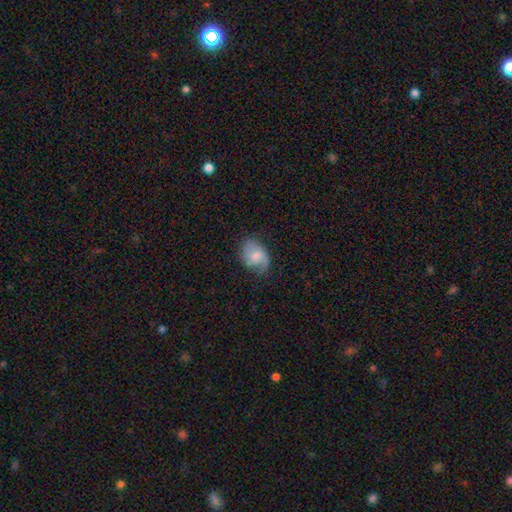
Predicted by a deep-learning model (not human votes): A smooth galaxy with no disk features (51%) that is in between round and cigar-shaped (78%).

Vote fractions:
- Smooth or featured? smooth: 51% / featured or disk: 42% / star or artifact: 7%
- How rounded? in between: 78% / round: 21% / cigar-shaped: 1%
- Merging? none: 65% / minor disturbance: 25% / major disturbance: 9% / merger: 1%